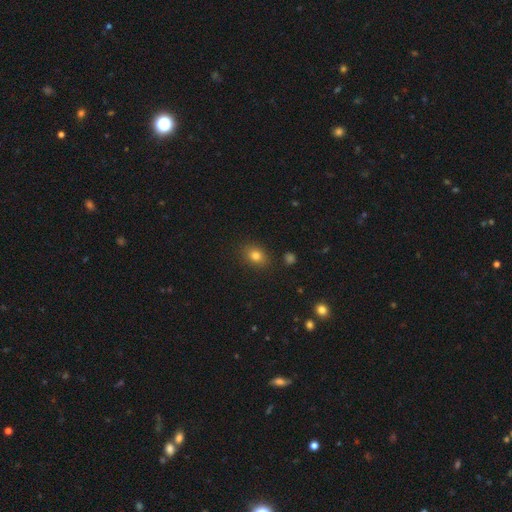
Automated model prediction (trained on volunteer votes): Smooth or featured? Predicted: smooth (p=0.80). How rounded? Predicted: in between (p=0.62). Merging? Predicted: none (p=0.85).